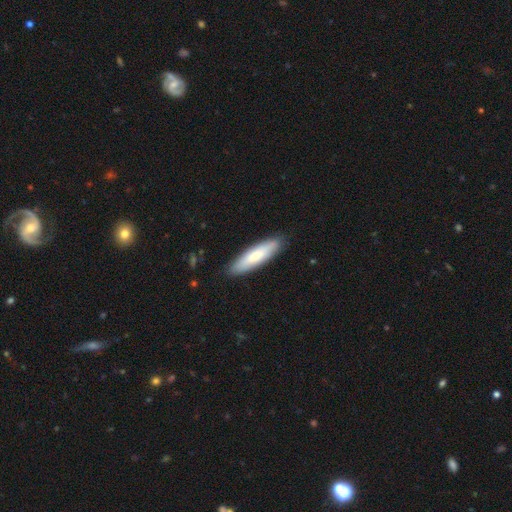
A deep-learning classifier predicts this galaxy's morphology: smooth-or-featured: smooth: 71% | featured or disk: 23% | star or artifact: 5%
  how-rounded: cigar-shaped: 70% | in between: 29% | round: 1%
  merging: none: 89% | minor disturbance: 9% | major disturbance: 2% | merger: 1%